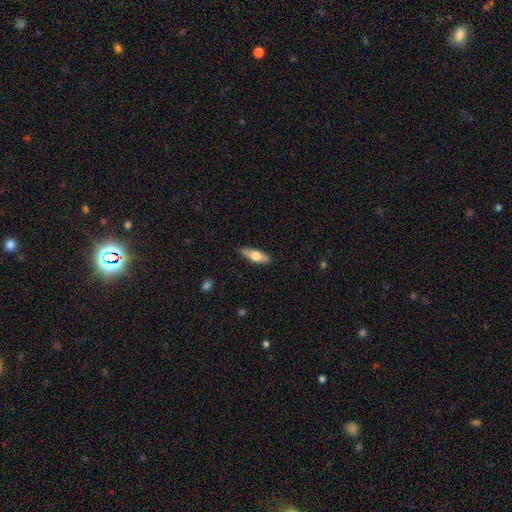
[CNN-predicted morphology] Overall: smooth (56%; featured or disk 38%). How rounded: in between (53%; cigar-shaped 44%). Merging: none (87%).